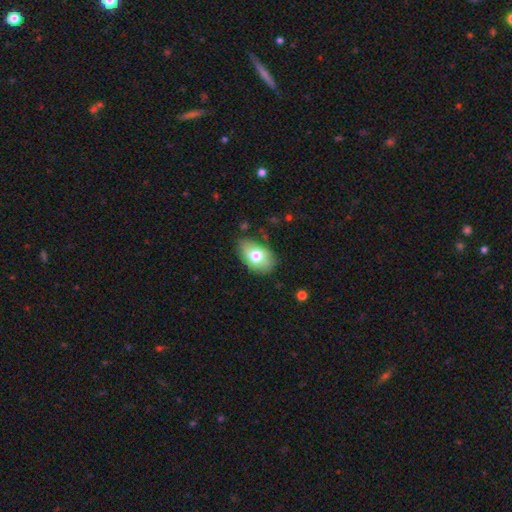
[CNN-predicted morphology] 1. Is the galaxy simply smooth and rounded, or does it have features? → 67% smooth, 25% featured or disk, 8% star or artifact.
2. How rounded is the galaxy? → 87% in between, 12% round, 1% cigar-shaped.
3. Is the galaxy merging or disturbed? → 71% none, 22% minor disturbance, 6% major disturbance, 2% merger.